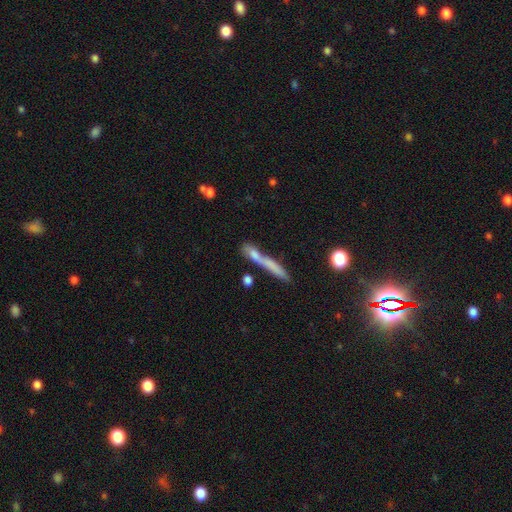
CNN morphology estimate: smooth-or-featured: smooth: 61% | featured or disk: 29% | star or artifact: 10%
  how-rounded: cigar-shaped: 87% | in between: 9% | round: 4%
  merging: none: 45% | merger: 30% | minor disturbance: 15% | major disturbance: 10%